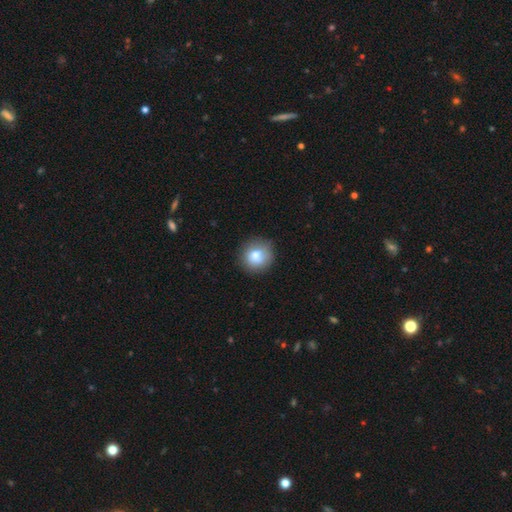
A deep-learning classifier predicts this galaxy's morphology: A smooth galaxy with no disk features (80%) that is round (91%).

Vote fractions:
- Smooth or featured? smooth: 80% / featured or disk: 11% / star or artifact: 9%
- How rounded? round: 91% / in between: 8% / cigar-shaped: 1%
- Merging? none: 85% / minor disturbance: 11% / major disturbance: 3% / merger: 1%